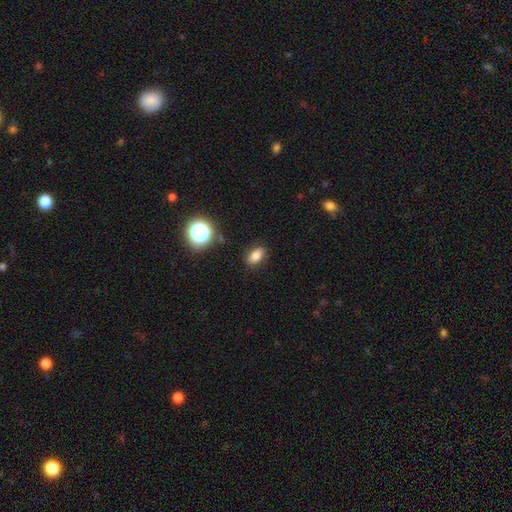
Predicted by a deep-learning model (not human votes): This is likely a smooth galaxy (77%). How rounded: clearly in between (81%). Merging: clearly none (85%).